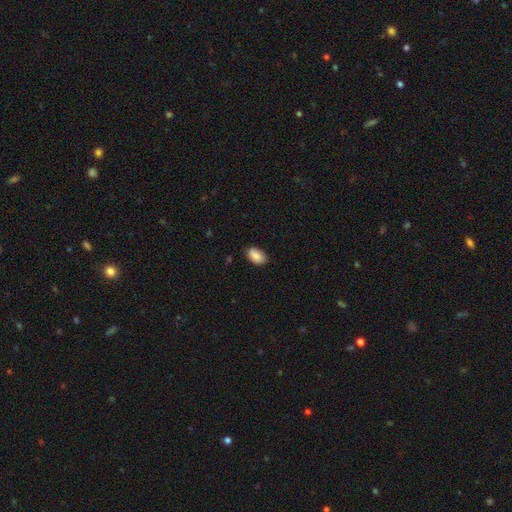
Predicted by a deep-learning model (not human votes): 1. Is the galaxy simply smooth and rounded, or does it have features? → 87% smooth, 7% star or artifact, 6% featured or disk.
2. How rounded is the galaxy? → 92% in between, 7% round, 1% cigar-shaped.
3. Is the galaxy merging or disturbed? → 83% none, 14% minor disturbance, 2% major disturbance, 1% merger.